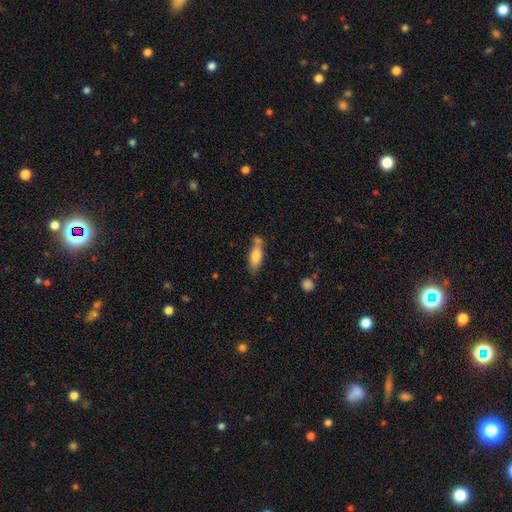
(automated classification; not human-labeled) Morphology: type=smooth (78%); roundness=in between (66%); merging=none (58%).